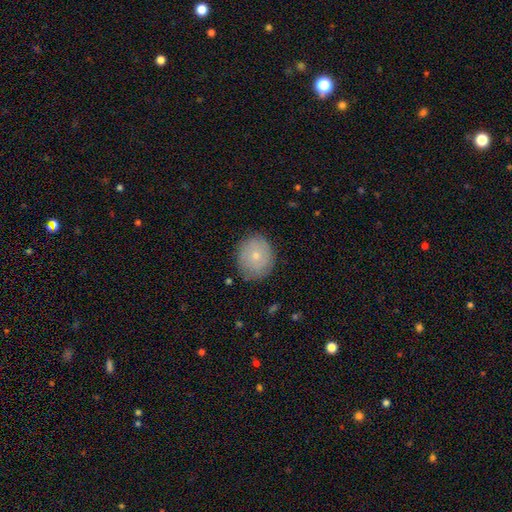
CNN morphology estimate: Smooth or featured?
  - smooth: 69% *
  - featured or disk: 23%
  - star or artifact: 8%
How rounded?
  - round: 76% *
  - in between: 23%
  - cigar-shaped: 1%
Merging?
  - none: 81% *
  - minor disturbance: 15%
  - major disturbance: 3%
  - merger: 1%